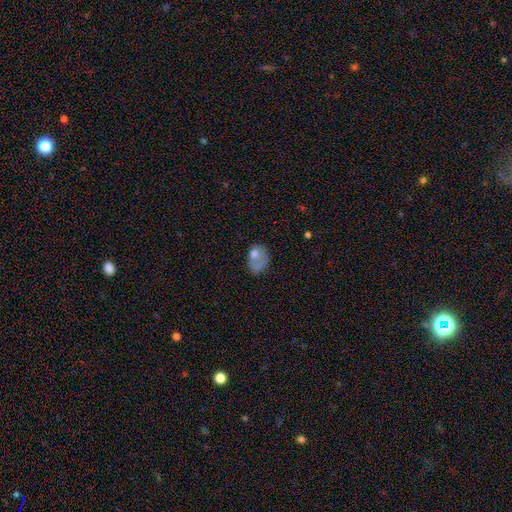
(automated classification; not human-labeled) A smooth galaxy with no disk features (64%) that is in between round and cigar-shaped (72%). Merging: major disturbance (35%).